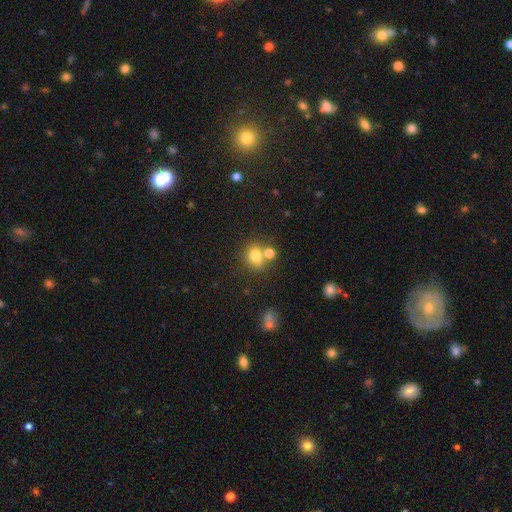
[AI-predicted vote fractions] Morphology: type=smooth (76%); roundness=round (62%); merging=none (52%).